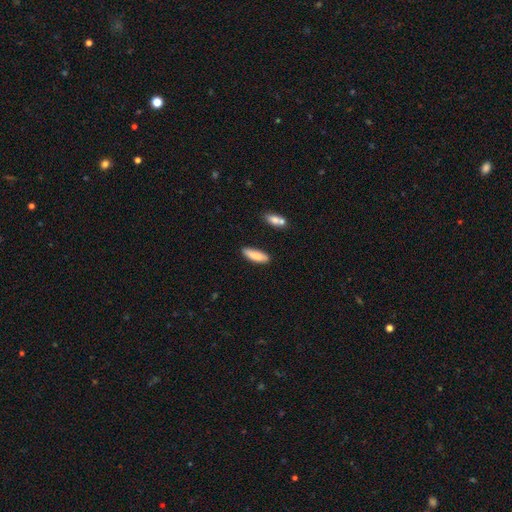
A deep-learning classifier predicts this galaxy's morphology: Overall: smooth (84%). How rounded: in between (50%; cigar-shaped 48%). Merging: none (80%).